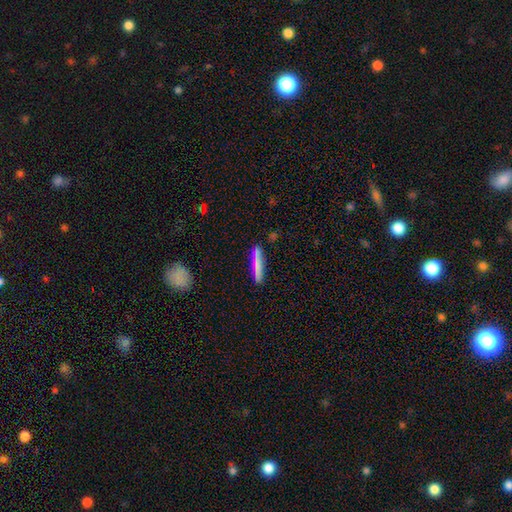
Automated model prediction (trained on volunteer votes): smooth-or-featured: smooth: 65% | featured or disk: 28% | star or artifact: 7%
  how-rounded: cigar-shaped: 93% | in between: 5% | round: 2%
  merging: none: 88% | minor disturbance: 8% | merger: 2% | major disturbance: 2%